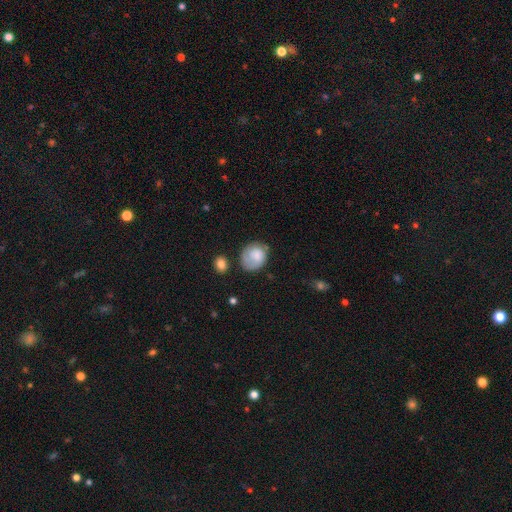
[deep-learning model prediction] Overall: smooth (74%). How rounded: round (64%; in between 36%). Merging: none (52%; minor disturbance 29%).